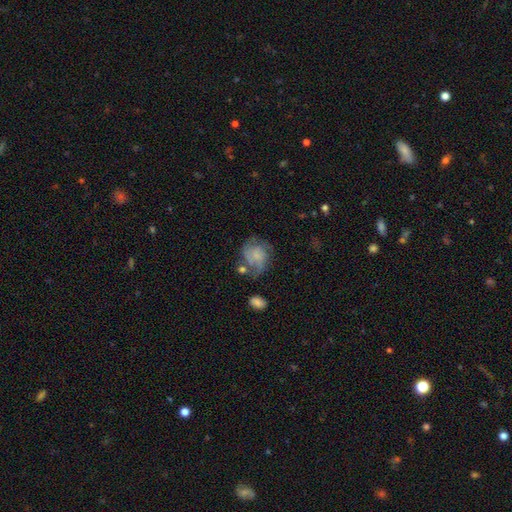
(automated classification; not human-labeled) Smooth or featured? featured or disk (51%)
Edge-on disk? no (98%)
Bar? no (75%)
Spiral arms? yes (78%)
Bulge size? small (43%)
Merging? none (44%)